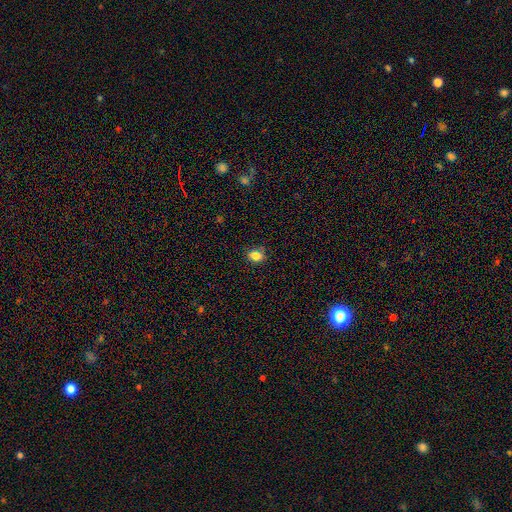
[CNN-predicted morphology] smooth 82%, star or artifact 12%, featured or disk 6%. Down the decision tree: how rounded — in between (50%); merging — none (73%).